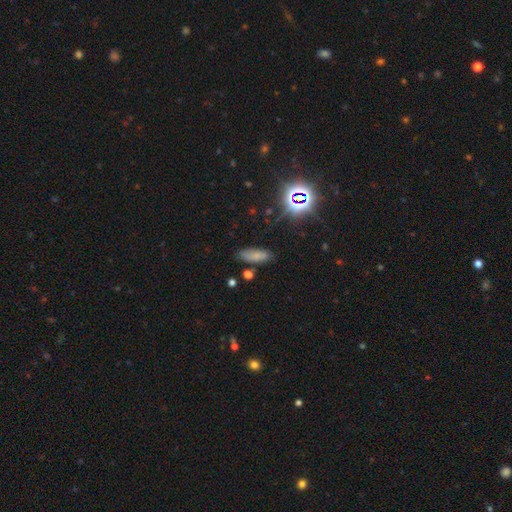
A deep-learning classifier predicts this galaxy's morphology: smooth_or_featured: smooth (p=0.72) [alt: star or artifact p=0.15]
how_rounded: in between (p=0.68) [alt: cigar-shaped p=0.29]
merging: none (p=0.78) [alt: minor disturbance p=0.15]